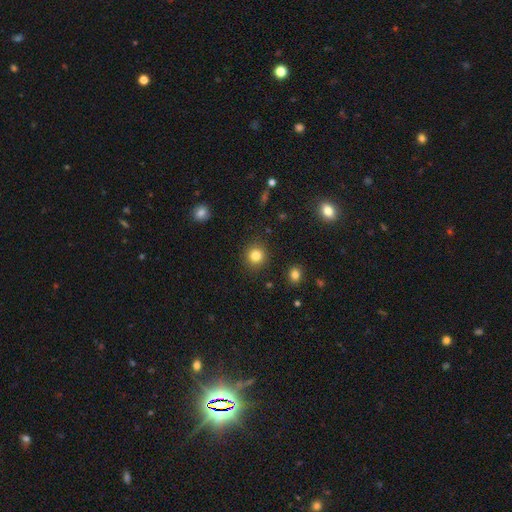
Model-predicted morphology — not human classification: type=smooth (83%); roundness=round (91%); merging=none (90%).